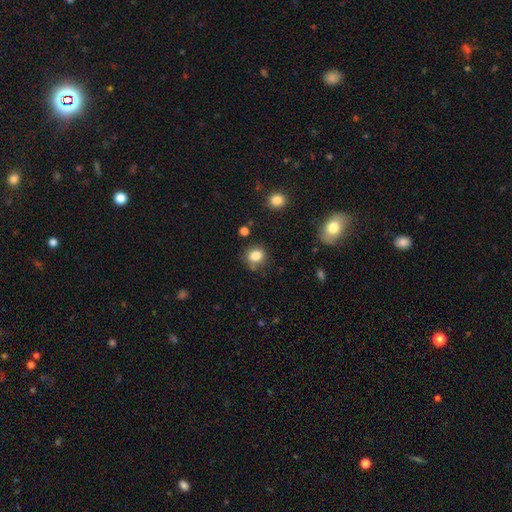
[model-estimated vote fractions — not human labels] A smooth galaxy with no disk features (83%) that is round (67%). Merging: none (73%).